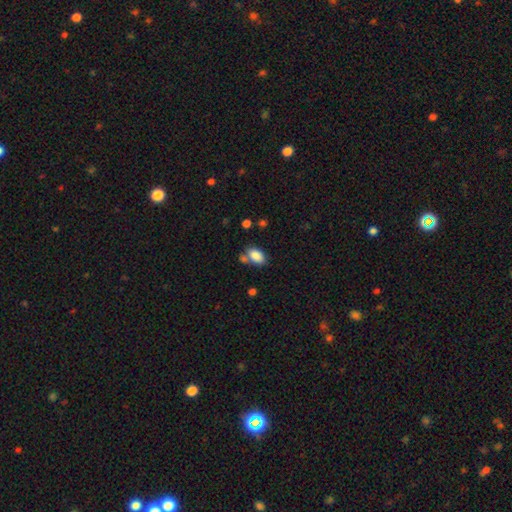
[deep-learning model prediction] smooth-or-featured: smooth: 86% | star or artifact: 8% | featured or disk: 6%
  how-rounded: in between: 90% | round: 9% | cigar-shaped: 1%
  merging: none: 57% | merger: 21% | minor disturbance: 16% | major disturbance: 5%